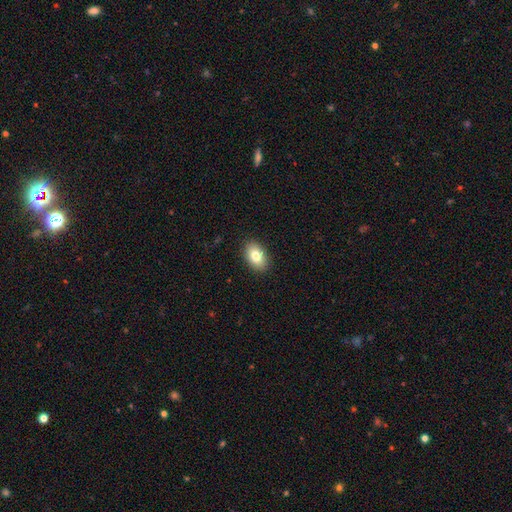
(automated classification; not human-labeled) A smooth galaxy with no disk features (81%) that is in between round and cigar-shaped (88%).

Vote fractions:
- Smooth or featured? smooth: 81% / featured or disk: 11% / star or artifact: 8%
- How rounded? in between: 88% / round: 11% / cigar-shaped: 1%
- Merging? none: 89% / minor disturbance: 8% / major disturbance: 2% / merger: 1%